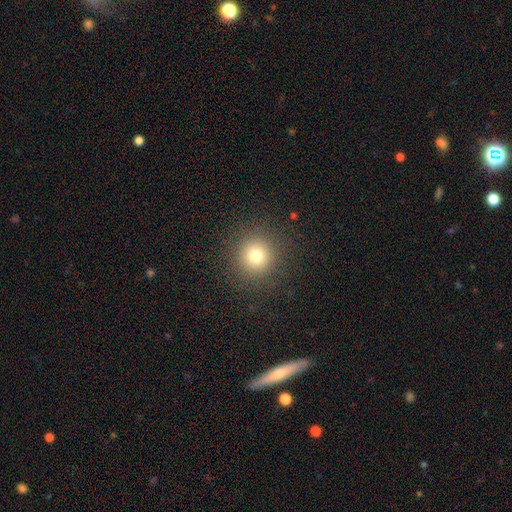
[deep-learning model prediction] Q: Smooth or featured?
A: smooth (77%); runner-up: star or artifact (15%)
Q: How rounded?
A: round (93%); runner-up: in between (6%)
Q: Merging?
A: none (90%); runner-up: minor disturbance (6%)